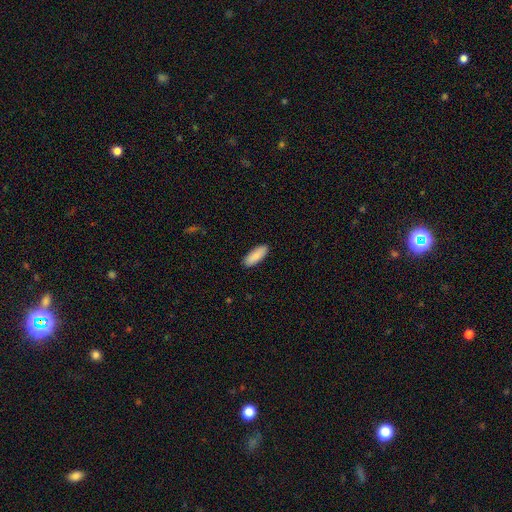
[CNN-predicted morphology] Q: Smooth or featured?
A: smooth (90%); runner-up: star or artifact (6%)
Q: How rounded?
A: in between (69%); runner-up: cigar-shaped (29%)
Q: Merging?
A: none (91%); runner-up: minor disturbance (7%)